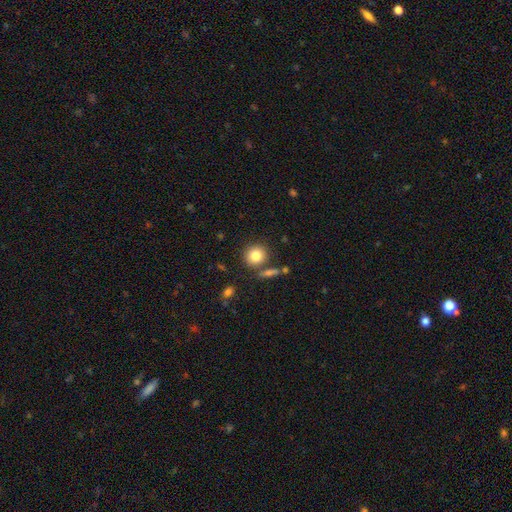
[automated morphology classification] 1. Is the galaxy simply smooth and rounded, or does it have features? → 81% smooth, 10% star or artifact, 9% featured or disk.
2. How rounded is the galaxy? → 88% round, 11% in between, 1% cigar-shaped.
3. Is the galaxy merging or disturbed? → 79% none, 9% merger, 9% minor disturbance, 3% major disturbance.